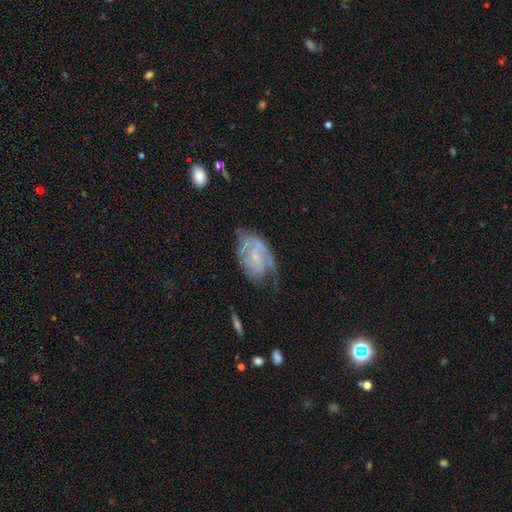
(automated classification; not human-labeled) Smooth or featured?
  - featured or disk: 75% *
  - smooth: 19%
  - star or artifact: 7%
Edge-on disk?
  - no: 96% *
  - yes: 4%
Bar?
  - no: 55% *
  - weak: 38%
  - strong: 7%
Spiral arms?
  - yes: 85% *
  - no: 15%
Spiral winding?
  - tight: 43% *
  - medium: 40%
  - loose: 17%
Spiral arm count?
  - 2: 43% *
  - can't tell: 31%
  - 1: 13%
  - 3: 8%
  - 4: 3%
  - more than 4: 2%
Bulge size?
  - small: 66% *
  - moderate: 21%
  - none: 10%
  - large: 1%
  - dominant: 1%
Merging?
  - none: 48% *
  - minor disturbance: 29%
  - major disturbance: 20%
  - merger: 3%